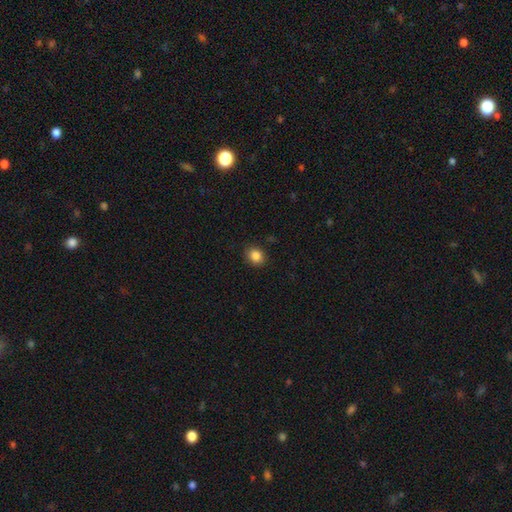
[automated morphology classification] Overall: smooth (85%). How rounded: round (66%; in between 34%). Merging: none (86%).